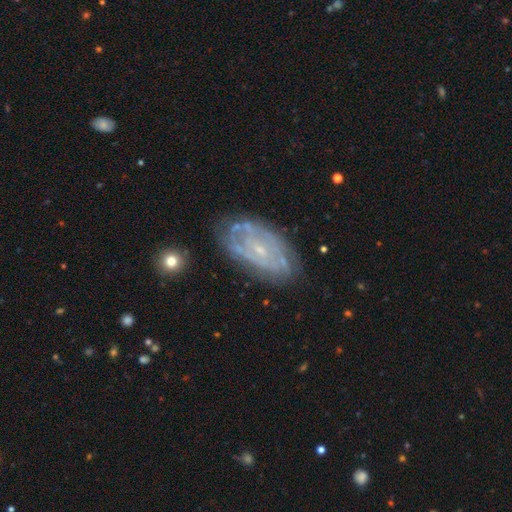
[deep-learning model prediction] Smooth or featured: featured or disk — 71% (smooth — 18%)
Edge-on disk: no — 92% (yes — 8%)
Bar: no — 58% (weak — 32%)
Spiral arms: yes — 78% (no — 22%)
Spiral winding: tight — 61% (medium — 28%)
Spiral arm count: can't tell — 52% (2 — 21%)
Bulge size: small — 78% (moderate — 14%)
Merging: none — 76% (minor disturbance — 16%)